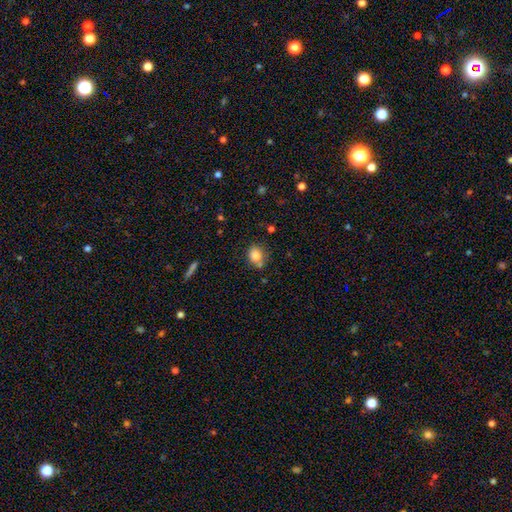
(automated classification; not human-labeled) Overall: smooth (82%). How rounded: round (60%; in between 38%). Merging: none (68%).